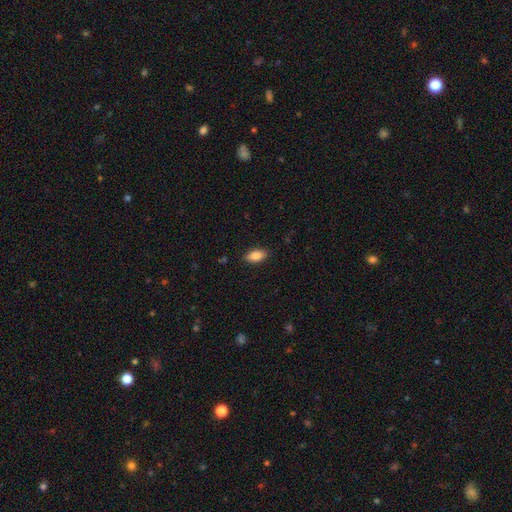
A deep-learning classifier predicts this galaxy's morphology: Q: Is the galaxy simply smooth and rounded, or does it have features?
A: smooth — 85%.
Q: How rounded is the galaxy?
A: in between — 90%.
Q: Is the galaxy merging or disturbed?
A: none — 87%.